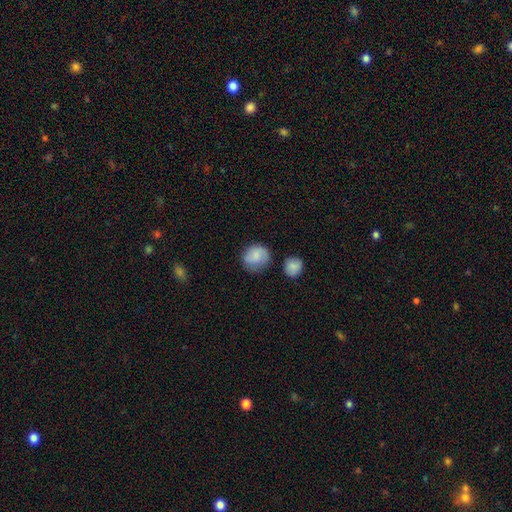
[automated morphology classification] Smooth or featured? Predicted: smooth (p=0.81). How rounded? Predicted: round (p=0.80). Merging? Predicted: none (p=0.68).